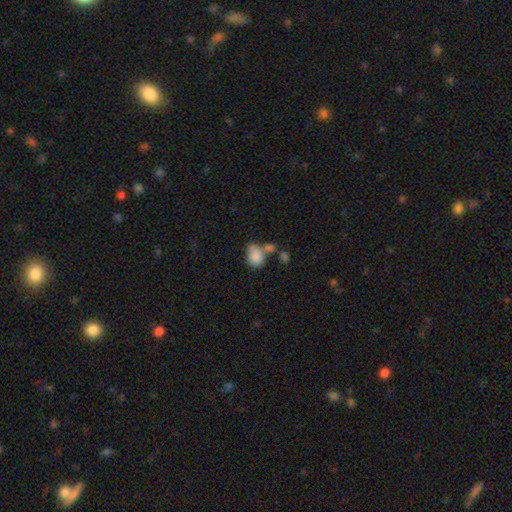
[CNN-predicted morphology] A smooth galaxy with no disk features (81%) that is in between round and cigar-shaped (70%).

Vote fractions:
- Smooth or featured? smooth: 81% / featured or disk: 11% / star or artifact: 8%
- How rounded? in between: 70% / round: 29% / cigar-shaped: 1%
- Merging? merger: 40% / none: 31% / minor disturbance: 19% / major disturbance: 11%